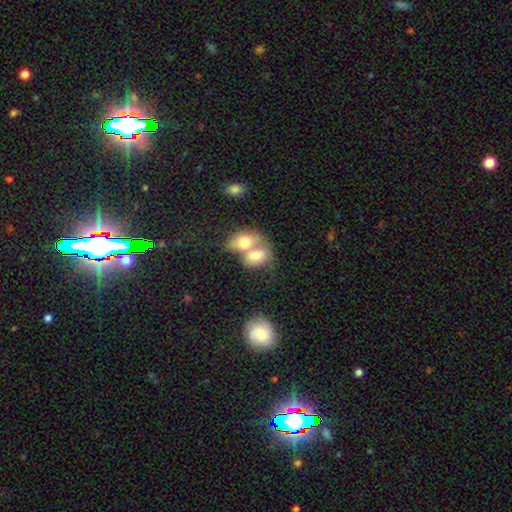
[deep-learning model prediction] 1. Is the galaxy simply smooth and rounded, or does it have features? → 73% smooth, 19% featured or disk, 8% star or artifact.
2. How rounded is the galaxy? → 80% in between, 18% round, 2% cigar-shaped.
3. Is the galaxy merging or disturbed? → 72% merger, 17% none, 6% minor disturbance, 4% major disturbance.